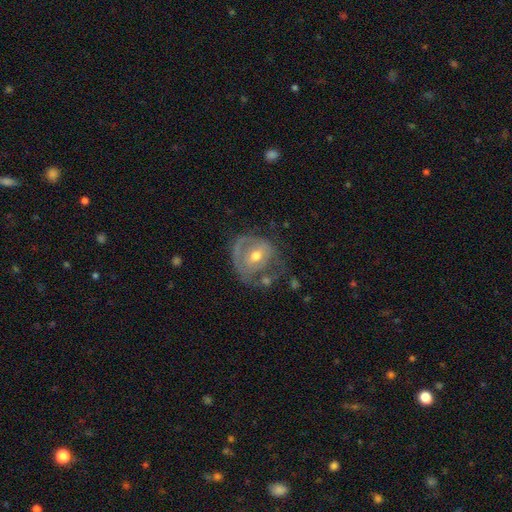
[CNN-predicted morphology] The model was most divided on "spiral arms": yes: 52%, no: 48%. Remaining: edge-on disk — no (96%); bulge size — moderate (69%); smooth or featured — featured or disk (67%); bar — no (60%); merging — none (46%).